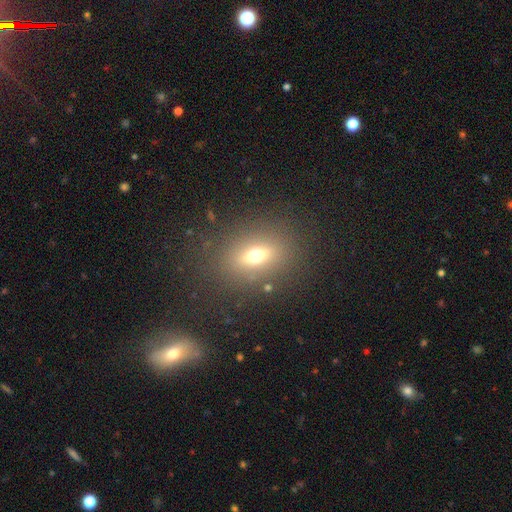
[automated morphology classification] Overall: smooth (60%; featured or disk 23%). How rounded: in between (60%; round 34%). Merging: none (82%).